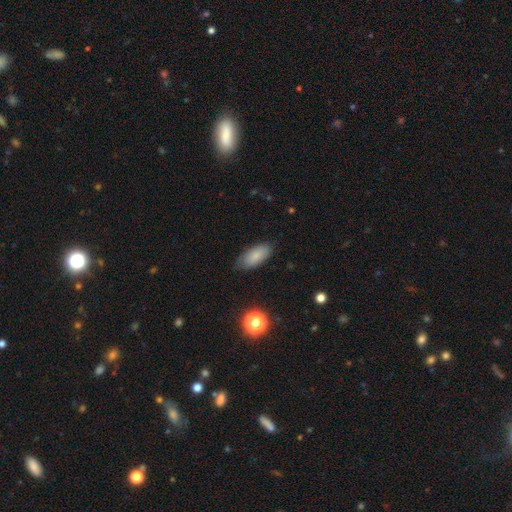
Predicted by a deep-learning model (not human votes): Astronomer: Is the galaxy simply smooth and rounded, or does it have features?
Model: smooth — 83%.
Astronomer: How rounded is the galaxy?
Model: in between — 88%.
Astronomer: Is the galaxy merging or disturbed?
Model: none — 77%.